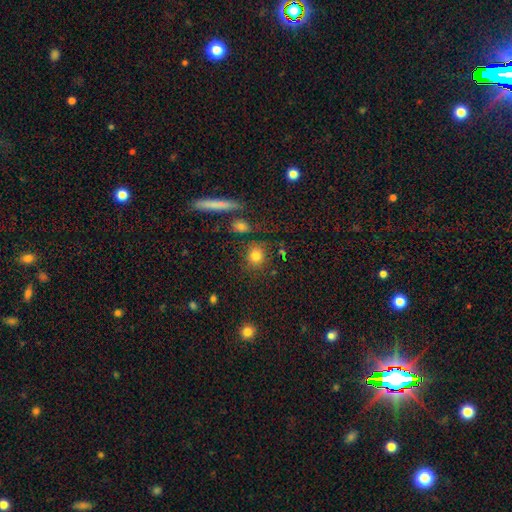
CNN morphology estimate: Smooth or featured?
  - smooth: 80% *
  - star or artifact: 12%
  - featured or disk: 9%
How rounded?
  - round: 83% *
  - in between: 15%
  - cigar-shaped: 3%
Merging?
  - none: 76% *
  - minor disturbance: 12%
  - merger: 6%
  - major disturbance: 5%